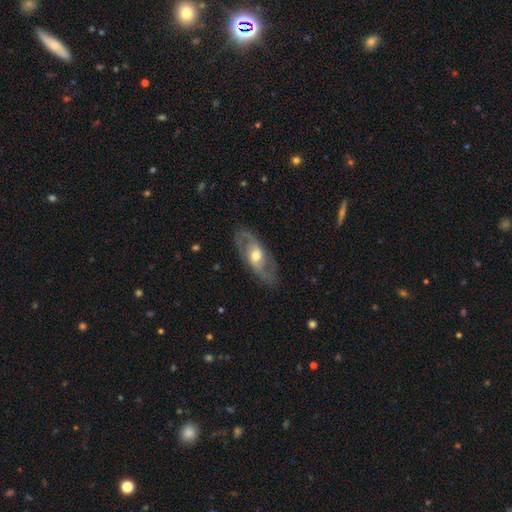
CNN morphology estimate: This is likely a featured or disk galaxy (71%). It is clearly not viewed edge-on (86%). Bar: possibly no (48%). Spiral arm pattern: likely yes (73%). Central bulge: likely moderate (68%). Merging: clearly none (81%).